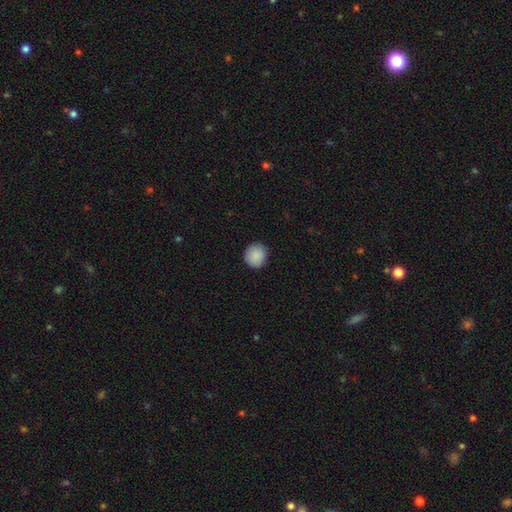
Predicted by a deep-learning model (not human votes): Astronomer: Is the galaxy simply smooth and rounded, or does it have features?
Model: smooth — 90%.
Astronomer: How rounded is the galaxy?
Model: round — 90%.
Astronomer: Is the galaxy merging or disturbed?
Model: none — 90%.